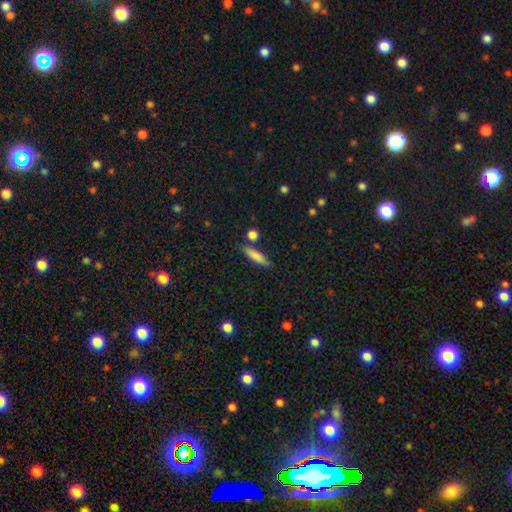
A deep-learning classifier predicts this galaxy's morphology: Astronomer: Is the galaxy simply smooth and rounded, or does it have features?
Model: smooth — 79%.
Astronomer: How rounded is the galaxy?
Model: cigar-shaped — 72%.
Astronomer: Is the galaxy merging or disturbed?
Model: none — 78%.